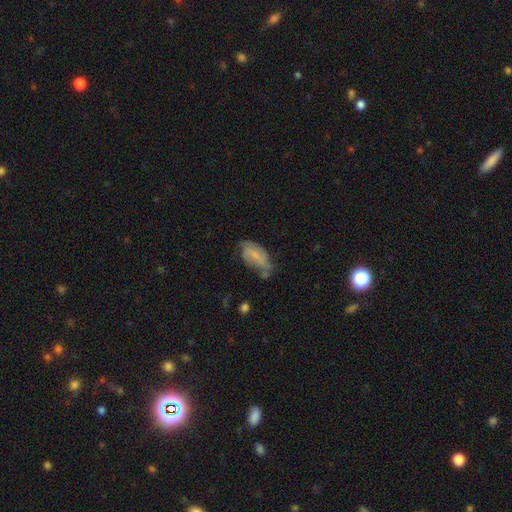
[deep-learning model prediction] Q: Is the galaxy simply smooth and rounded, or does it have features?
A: smooth — 47%.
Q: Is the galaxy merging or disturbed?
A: none — 41%.